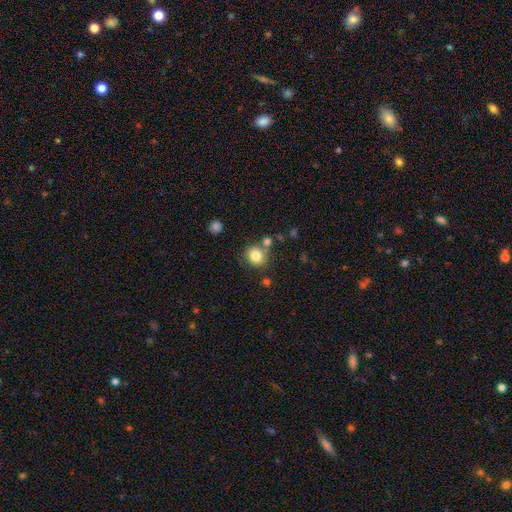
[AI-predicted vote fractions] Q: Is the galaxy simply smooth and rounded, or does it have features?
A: smooth — 81%.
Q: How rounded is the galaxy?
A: round — 83%.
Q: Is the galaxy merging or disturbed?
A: none — 71%.